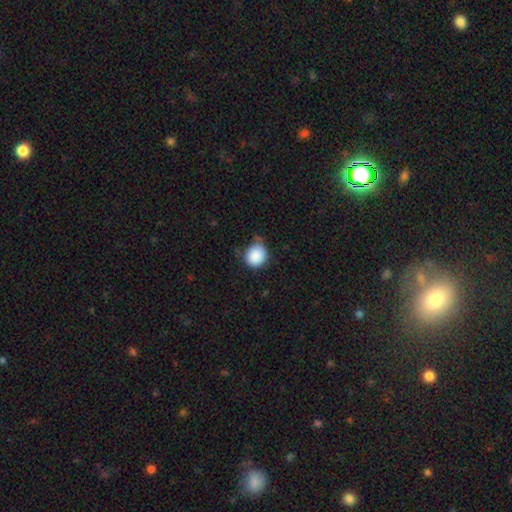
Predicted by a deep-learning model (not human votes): A smooth galaxy with no disk features (88%) that is round (88%). Merging: none (59%).